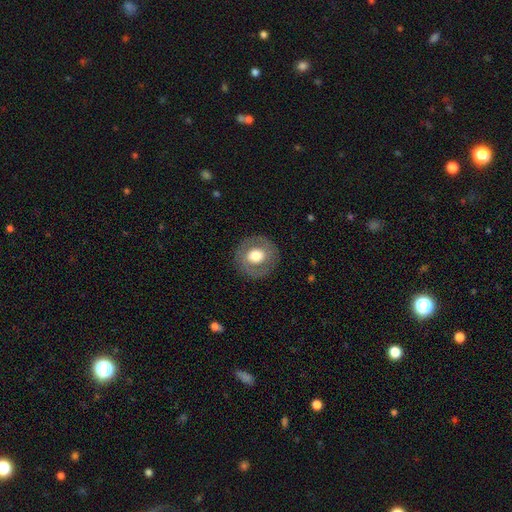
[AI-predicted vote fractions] smooth 55%, featured or disk 38%, star or artifact 7%. Down the decision tree: how rounded — round (91%); merging — none (86%).